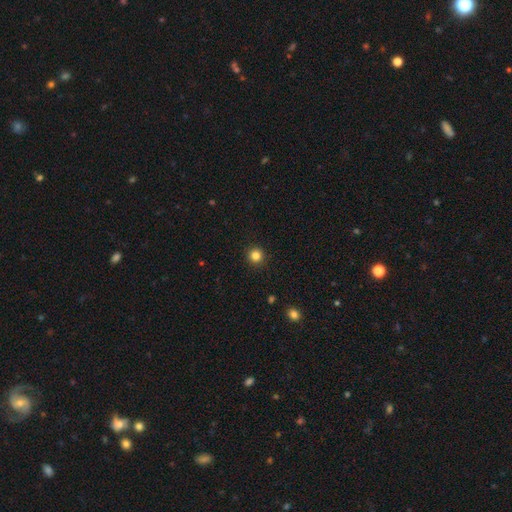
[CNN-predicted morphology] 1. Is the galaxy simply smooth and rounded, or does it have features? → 83% smooth, 12% star or artifact, 4% featured or disk.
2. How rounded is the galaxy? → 95% round, 4% in between, 1% cigar-shaped.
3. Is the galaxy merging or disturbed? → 93% none, 4% minor disturbance, 2% major disturbance, 1% merger.